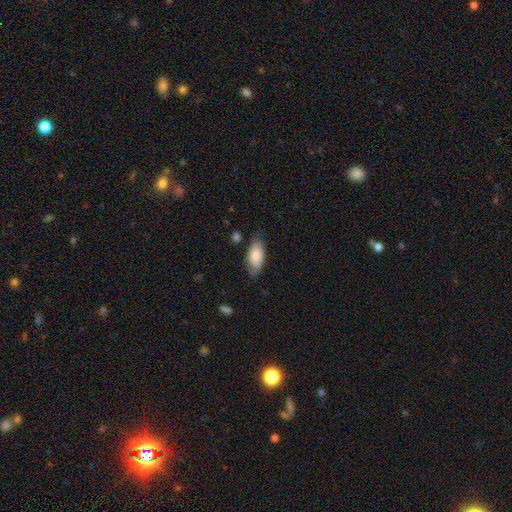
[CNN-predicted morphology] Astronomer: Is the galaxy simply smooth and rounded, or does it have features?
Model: smooth — 73%.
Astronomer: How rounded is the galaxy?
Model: in between — 88%.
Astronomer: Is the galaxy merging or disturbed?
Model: none — 69%.